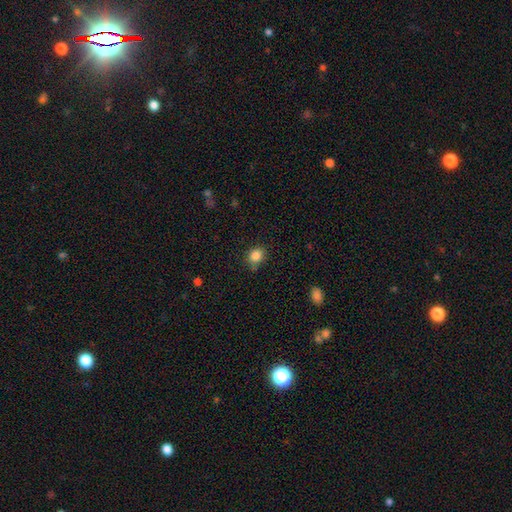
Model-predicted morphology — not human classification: This is clearly a smooth galaxy (85%). How rounded: likely round (64%). Merging: likely none (71%).